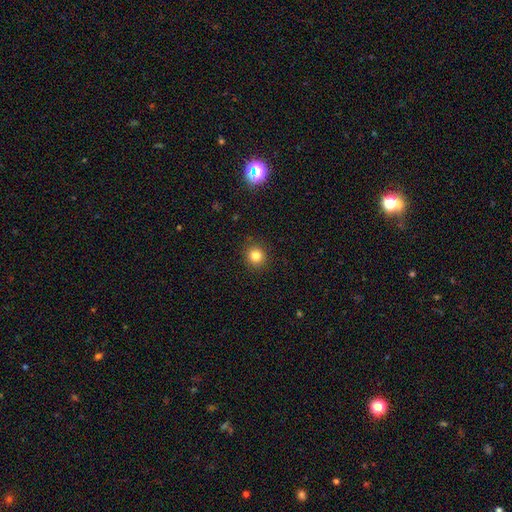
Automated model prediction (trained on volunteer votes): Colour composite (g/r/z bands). It shows a smooth galaxy with no disk features (83%) that is round (90%). Merging: none (90%).